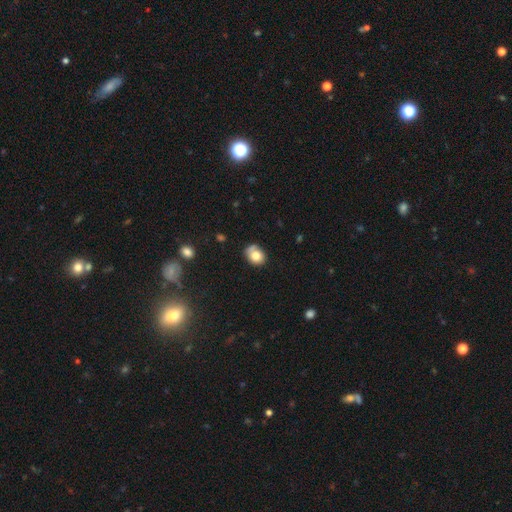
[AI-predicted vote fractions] A smooth galaxy with no disk features (76%) that is round (53%).

Vote fractions:
- Smooth or featured? smooth: 76% / featured or disk: 14% / star or artifact: 10%
- How rounded? round: 53% / in between: 46% / cigar-shaped: 1%
- Merging? none: 58% / minor disturbance: 26% / merger: 9% / major disturbance: 7%